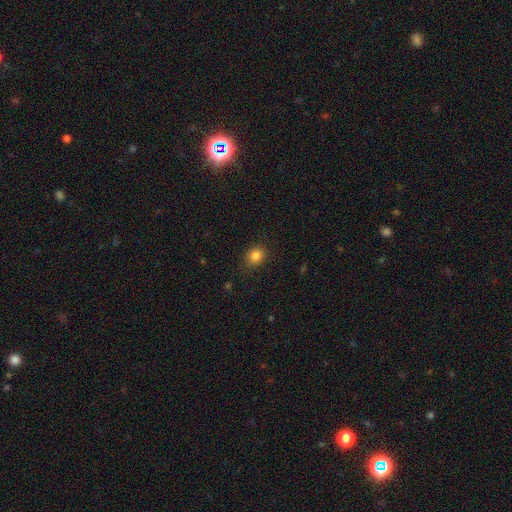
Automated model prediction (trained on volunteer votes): Smooth or featured?
  - smooth: 84% *
  - star or artifact: 11%
  - featured or disk: 5%
How rounded?
  - round: 58% *
  - in between: 41%
  - cigar-shaped: 1%
Merging?
  - none: 85% *
  - minor disturbance: 11%
  - major disturbance: 3%
  - merger: 1%